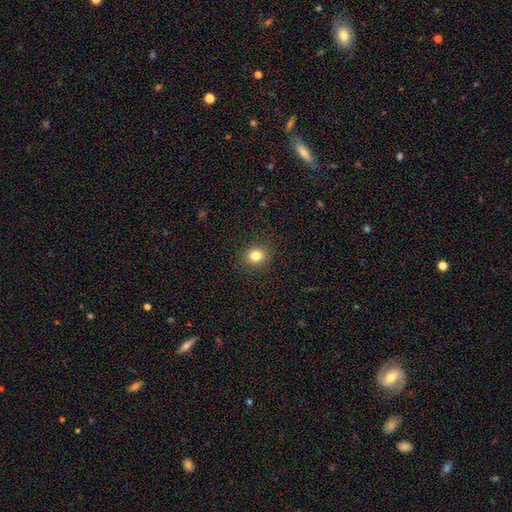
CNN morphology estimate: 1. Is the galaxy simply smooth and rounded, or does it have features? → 83% smooth, 12% star or artifact, 6% featured or disk.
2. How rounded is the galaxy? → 80% round, 19% in between, 1% cigar-shaped.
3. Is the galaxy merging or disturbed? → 90% none, 6% minor disturbance, 2% major disturbance, 1% merger.